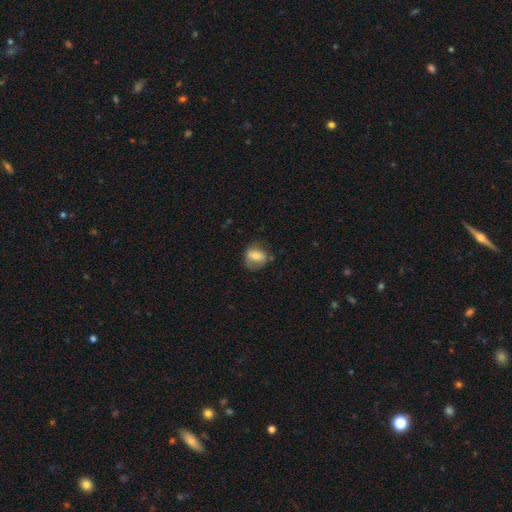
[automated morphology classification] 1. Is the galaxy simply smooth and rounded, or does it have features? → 59% smooth, 33% featured or disk, 8% star or artifact.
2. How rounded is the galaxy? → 57% in between, 40% round, 3% cigar-shaped.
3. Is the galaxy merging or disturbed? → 66% none, 22% minor disturbance, 9% major disturbance, 2% merger.